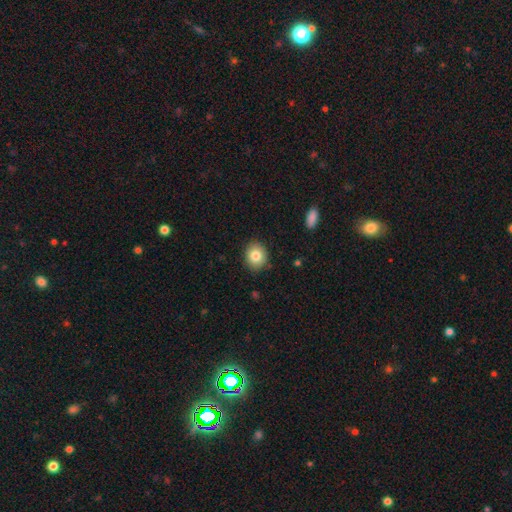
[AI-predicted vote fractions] smooth-or-featured: smooth: 83% | star or artifact: 9% | featured or disk: 9%
  how-rounded: round: 63% | in between: 36% | cigar-shaped: 1%
  merging: none: 88% | minor disturbance: 9% | major disturbance: 2% | merger: 1%